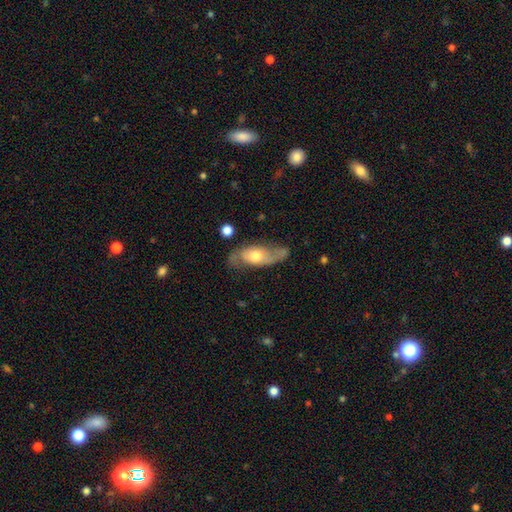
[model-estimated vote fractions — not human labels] Q: Smooth or featured?
A: featured or disk (60%); runner-up: smooth (34%)
Q: Edge-on disk?
A: no (80%); runner-up: yes (20%)
Q: Merging?
A: none (59%); runner-up: minor disturbance (25%)